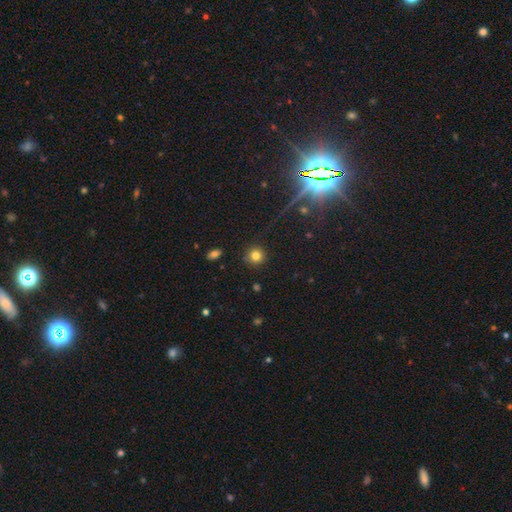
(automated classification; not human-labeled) A smooth galaxy with no disk features (80%) that is round (92%).

Vote fractions:
- Smooth or featured? smooth: 80% / star or artifact: 14% / featured or disk: 6%
- How rounded? round: 92% / in between: 7% / cigar-shaped: 1%
- Merging? none: 88% / minor disturbance: 8% / major disturbance: 2% / merger: 2%